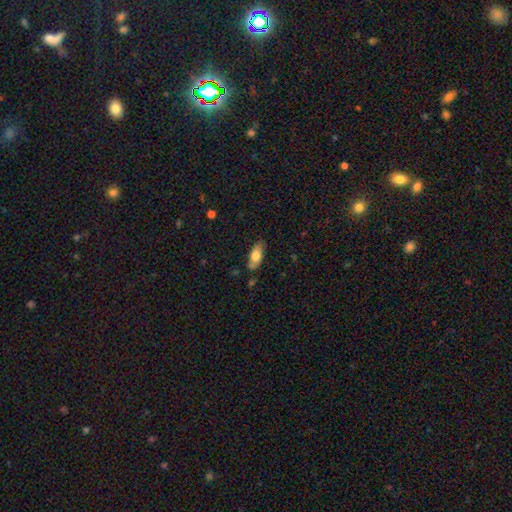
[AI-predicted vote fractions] smooth-or-featured: smooth: 73% | featured or disk: 21% | star or artifact: 6%
  how-rounded: in between: 83% | cigar-shaped: 14% | round: 3%
  merging: none: 78% | minor disturbance: 17% | major disturbance: 3% | merger: 2%